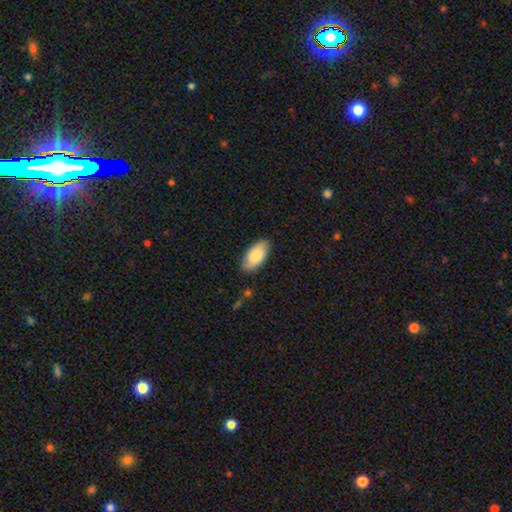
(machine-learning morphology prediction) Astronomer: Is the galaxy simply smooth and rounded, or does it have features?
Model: smooth — 78%.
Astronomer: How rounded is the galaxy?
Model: in between — 93%.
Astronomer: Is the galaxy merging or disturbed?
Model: none — 84%.